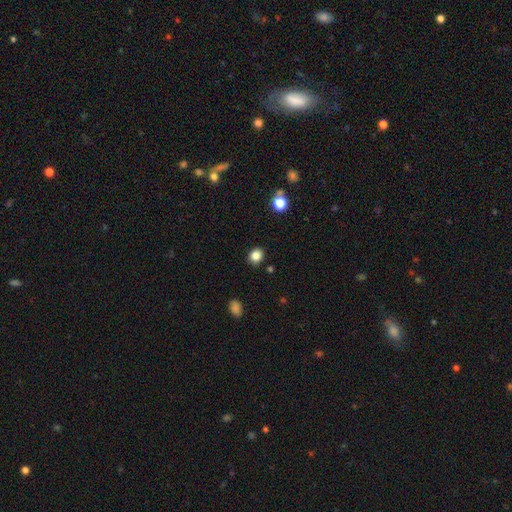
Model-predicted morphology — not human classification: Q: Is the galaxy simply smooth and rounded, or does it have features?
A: smooth — 84%.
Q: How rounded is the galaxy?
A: round — 70%.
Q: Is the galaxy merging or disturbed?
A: none — 87%.